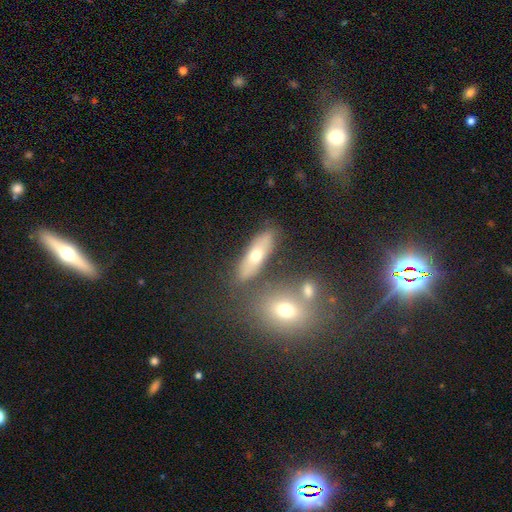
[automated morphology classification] The model was most divided on "how rounded": in between: 53%, cigar-shaped: 39%, round: 7%. More confident: merging — none (72%); smooth or featured — smooth (56%).